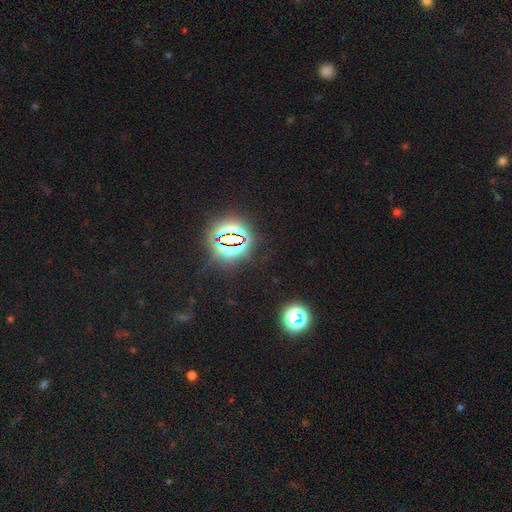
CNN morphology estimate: smooth_or_featured: star or artifact (p=0.79) [alt: smooth p=0.15]